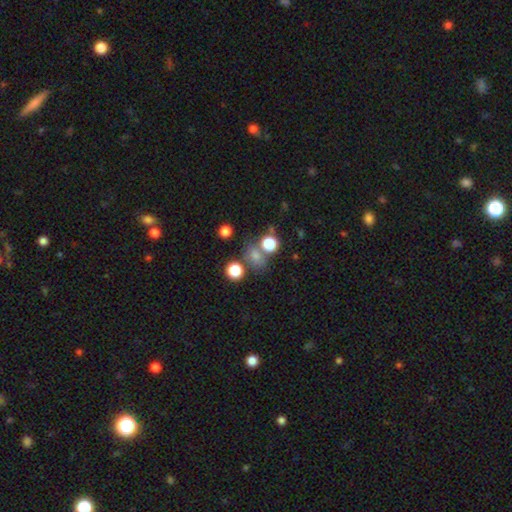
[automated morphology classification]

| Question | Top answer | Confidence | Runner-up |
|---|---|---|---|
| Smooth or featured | smooth | 70% | star or artifact (21%) |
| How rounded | round | 62% | in between (37%) |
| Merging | none | 59% | merger (21%) |